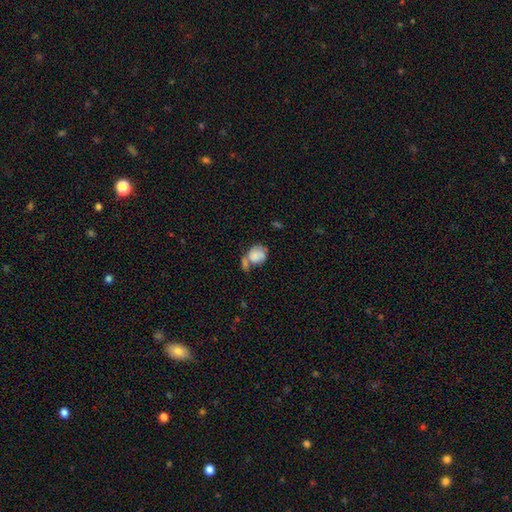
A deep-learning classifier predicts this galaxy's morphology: This is likely a smooth galaxy (74%). How rounded: possibly round (57%). Merging: marginally merger (41%).